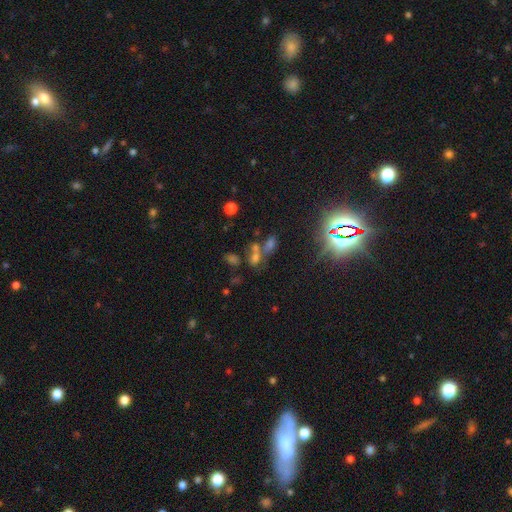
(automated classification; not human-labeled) Q: Smooth or featured?
A: star or artifact (53%); runner-up: smooth (31%)